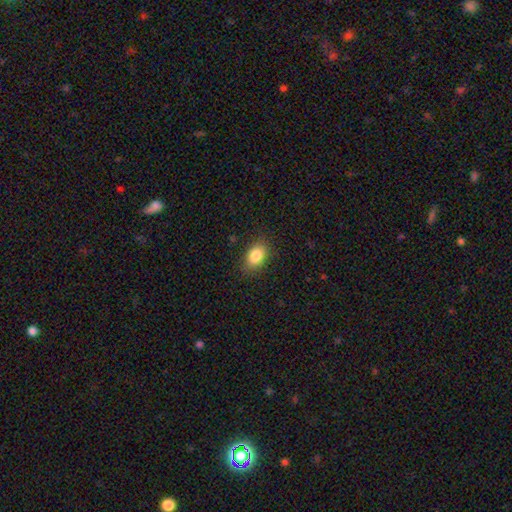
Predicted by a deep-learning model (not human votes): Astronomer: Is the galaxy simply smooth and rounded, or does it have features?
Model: smooth — 85%.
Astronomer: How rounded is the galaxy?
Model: in between — 86%.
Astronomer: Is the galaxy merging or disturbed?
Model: none — 85%.